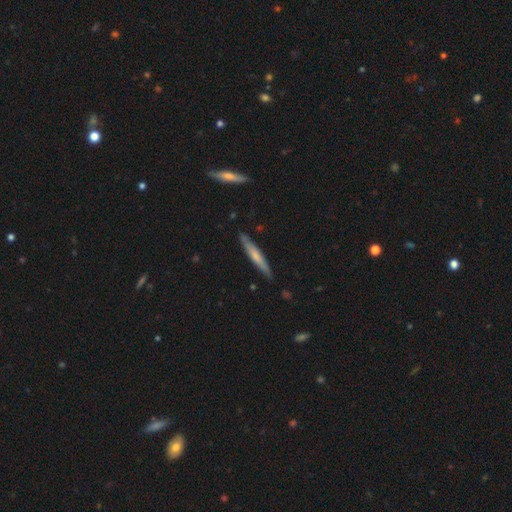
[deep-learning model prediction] Smooth or featured: smooth — 52% (featured or disk — 43%)
How rounded: cigar-shaped — 94% (in between — 5%)
Merging: none — 86% (minor disturbance — 10%)